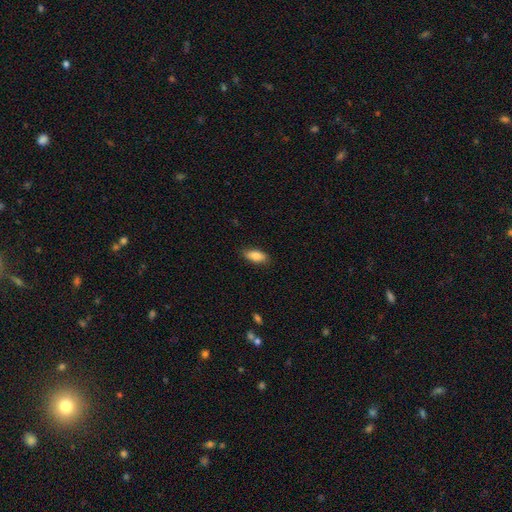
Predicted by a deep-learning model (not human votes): A smooth galaxy with no disk features (85%) that is in between round and cigar-shaped (84%).

Vote fractions:
- Smooth or featured? smooth: 85% / featured or disk: 9% / star or artifact: 7%
- How rounded? in between: 84% / cigar-shaped: 13% / round: 2%
- Merging? none: 86% / minor disturbance: 11% / major disturbance: 2% / merger: 1%